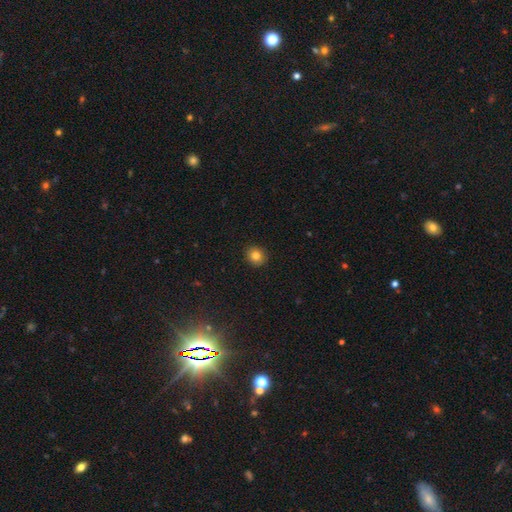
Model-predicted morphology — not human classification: Smooth or featured?
  - smooth: 82% *
  - star or artifact: 11%
  - featured or disk: 7%
How rounded?
  - round: 87% *
  - in between: 12%
  - cigar-shaped: 1%
Merging?
  - none: 92% *
  - minor disturbance: 6%
  - major disturbance: 2%
  - merger: 1%